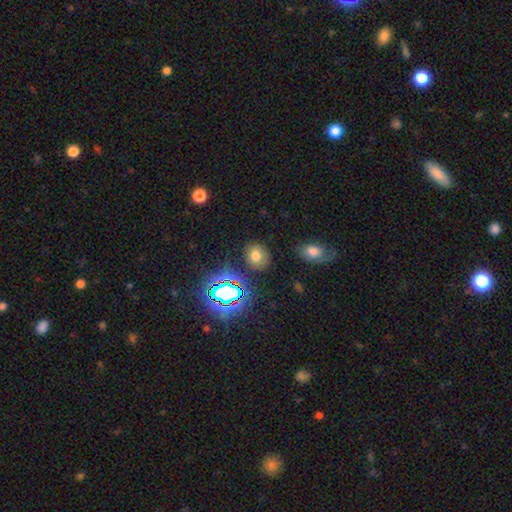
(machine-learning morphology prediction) Overall: smooth (68%). How rounded: round (66%; in between 32%). Merging: none (83%).